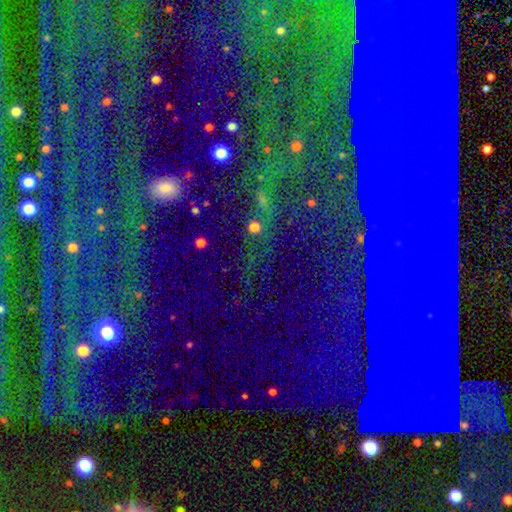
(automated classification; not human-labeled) Morphology: type=star or artifact (75%).